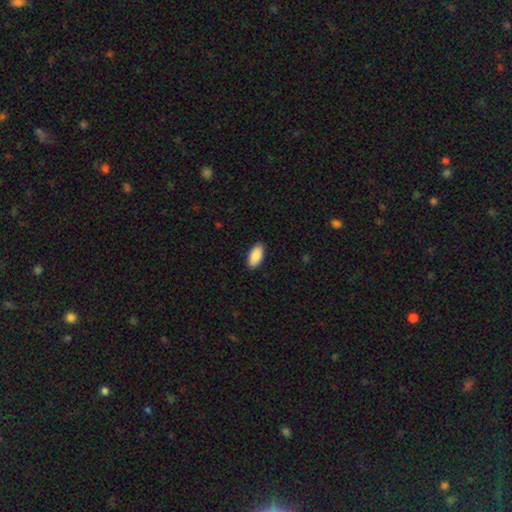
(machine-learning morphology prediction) A smooth galaxy with no disk features (89%) that is in between round and cigar-shaped (93%). Merging: none (90%).